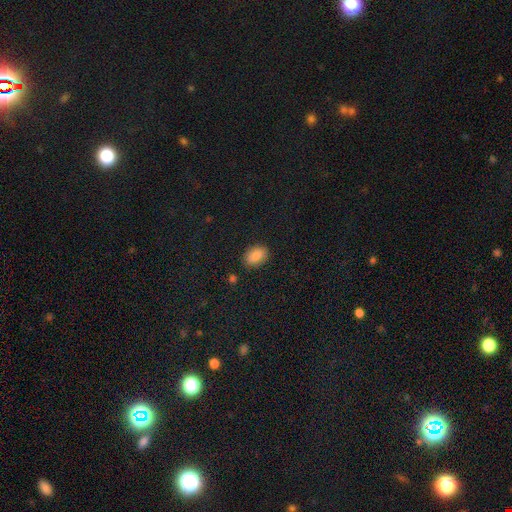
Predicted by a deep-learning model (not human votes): This is clearly a smooth galaxy (85%). How rounded: clearly in between (85%). Merging: clearly none (86%).